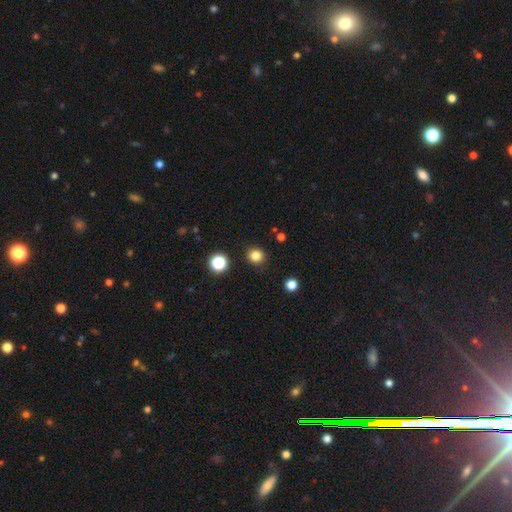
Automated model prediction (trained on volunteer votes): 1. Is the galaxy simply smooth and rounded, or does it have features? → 82% smooth, 13% star or artifact, 4% featured or disk.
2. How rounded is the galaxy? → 89% round, 10% in between, 1% cigar-shaped.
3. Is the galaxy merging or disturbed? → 90% none, 6% minor disturbance, 2% major disturbance, 2% merger.